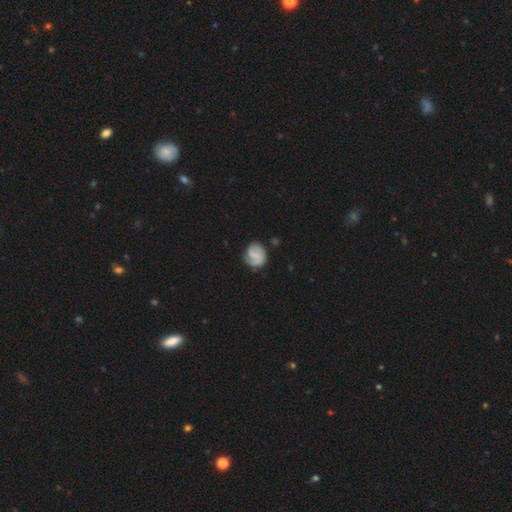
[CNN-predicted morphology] This appears to be a featured or disk galaxy (48%). Merging: none (67%).